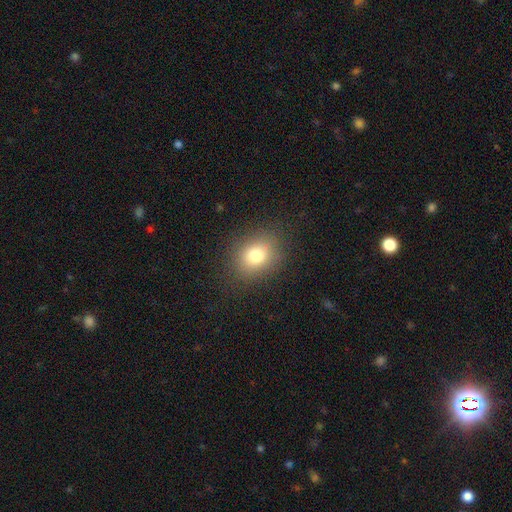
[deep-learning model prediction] Morphology: type=smooth (79%); roundness=round (53%); merging=none (85%).